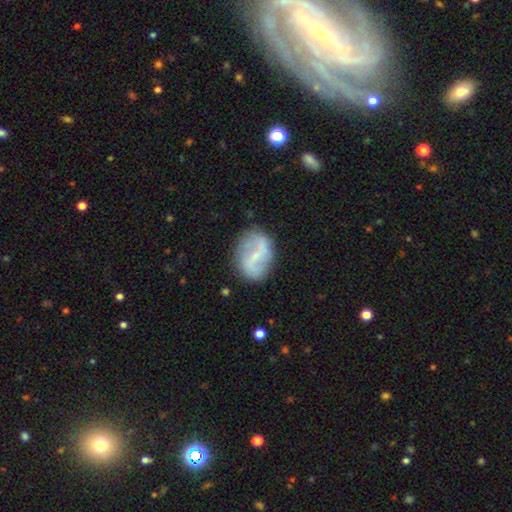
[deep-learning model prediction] Smooth or featured?
  - featured or disk: 65% *
  - smooth: 28%
  - star or artifact: 7%
Edge-on disk?
  - no: 97% *
  - yes: 3%
Bar?
  - weak: 46% *
  - strong: 32%
  - no: 22%
Spiral arms?
  - yes: 76% *
  - no: 24%
Bulge size?
  - small: 60% *
  - none: 21%
  - moderate: 17%
  - large: 1%
  - dominant: 1%
Merging?
  - none: 75% *
  - minor disturbance: 17%
  - major disturbance: 6%
  - merger: 3%